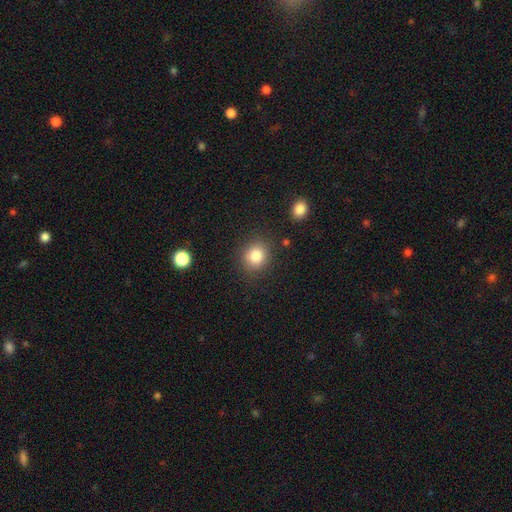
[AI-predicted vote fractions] Q: Smooth or featured?
A: smooth (83%); runner-up: star or artifact (11%)
Q: How rounded?
A: round (80%); runner-up: in between (19%)
Q: Merging?
A: none (85%); runner-up: minor disturbance (9%)